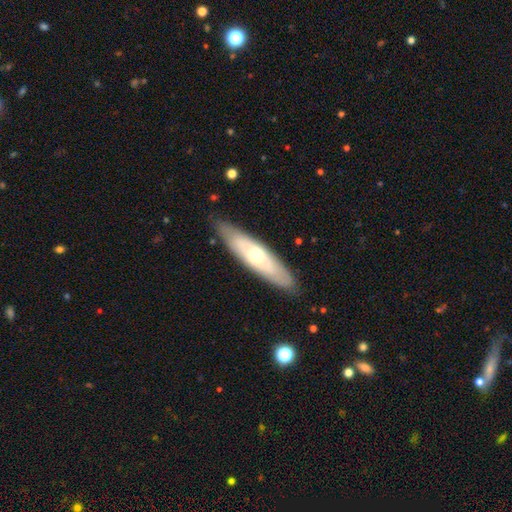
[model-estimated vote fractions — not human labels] Smooth or featured? Predicted: featured or disk (p=0.58). Edge-on disk? Predicted: no (p=0.56). Merging? Predicted: none (p=0.83).